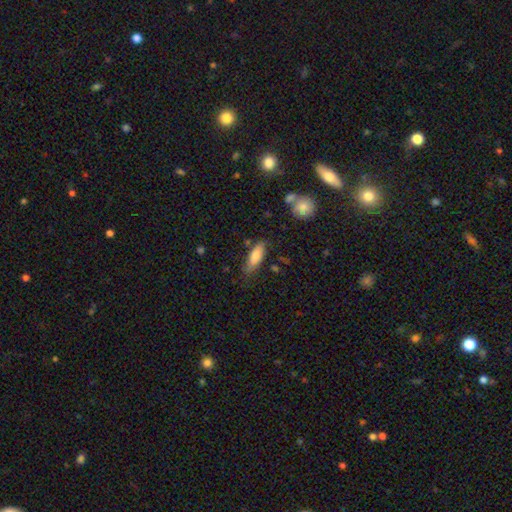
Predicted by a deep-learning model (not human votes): Q: Smooth or featured?
A: smooth (75%); runner-up: featured or disk (19%)
Q: How rounded?
A: in between (54%); runner-up: cigar-shaped (44%)
Q: Merging?
A: none (73%); runner-up: minor disturbance (20%)